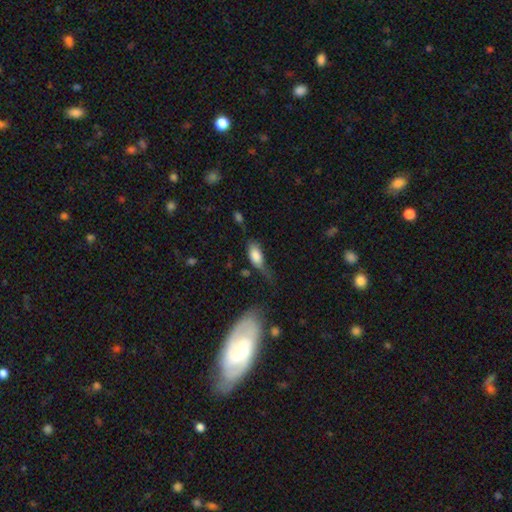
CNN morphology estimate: This is likely a smooth galaxy (78%). How rounded: clearly in between (86%). Merging: marginally minor disturbance (35%).